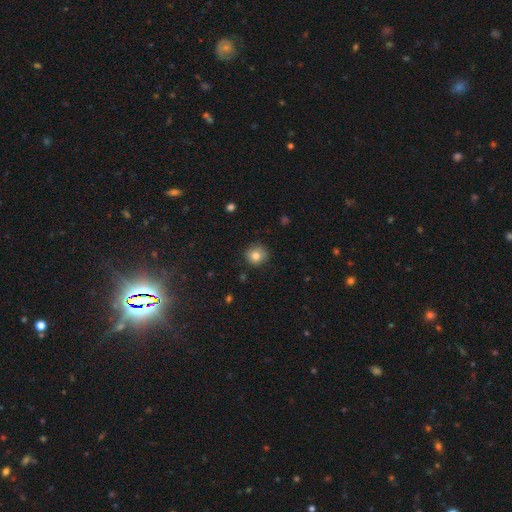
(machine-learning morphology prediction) type=smooth (81%); roundness=round (92%); merging=none (85%).